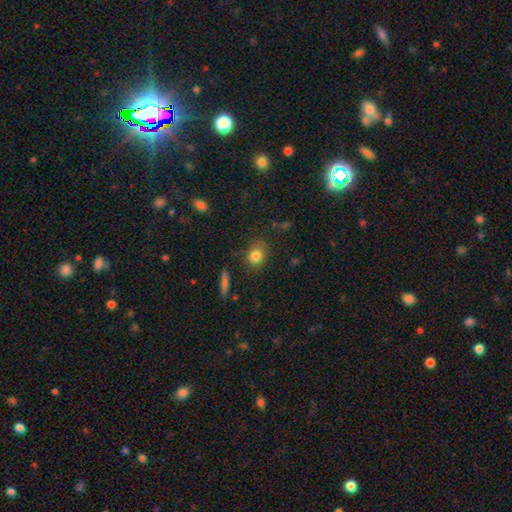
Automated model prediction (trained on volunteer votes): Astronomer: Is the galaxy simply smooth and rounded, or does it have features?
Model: smooth — 82%.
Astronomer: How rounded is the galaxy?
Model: round — 57% (runner-up: in between, 41%).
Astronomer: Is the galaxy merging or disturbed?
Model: none — 78%.